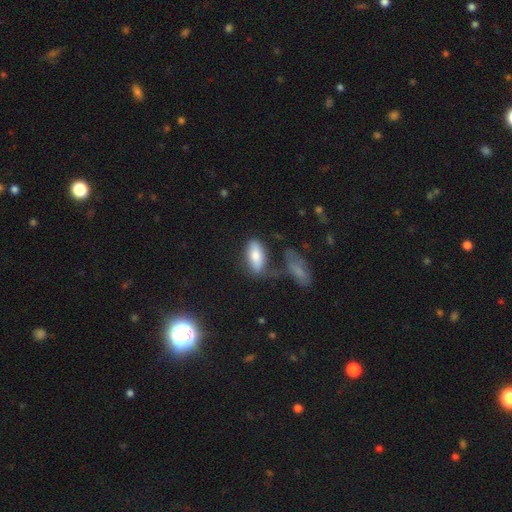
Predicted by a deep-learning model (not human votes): Smooth or featured? smooth (74%)
How rounded? in between (81%)
Merging? none (58%)